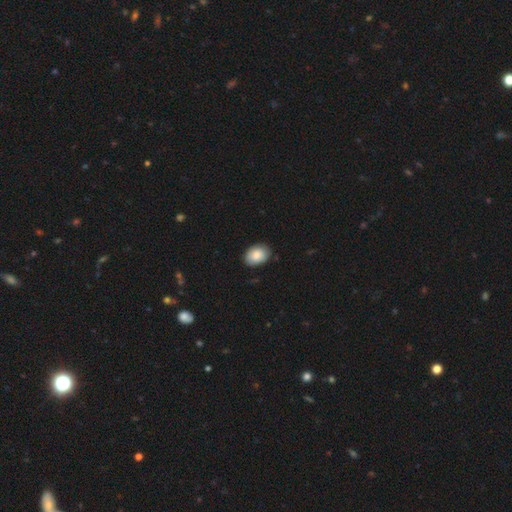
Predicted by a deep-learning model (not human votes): A smooth galaxy with no disk features (85%) that is in between round and cigar-shaped (78%). Merging: none (85%).